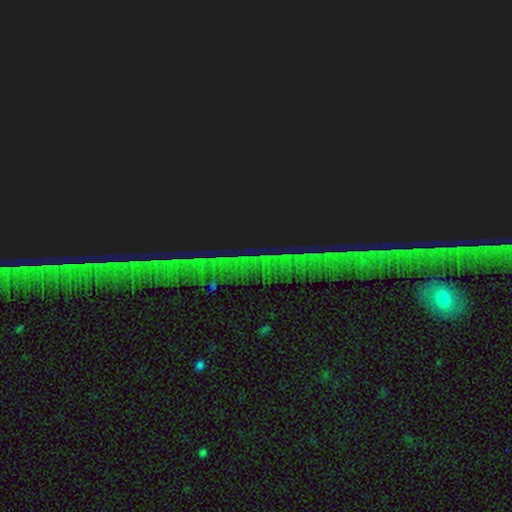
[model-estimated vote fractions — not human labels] This is clearly a star or artifact rather than a galaxy (87%).